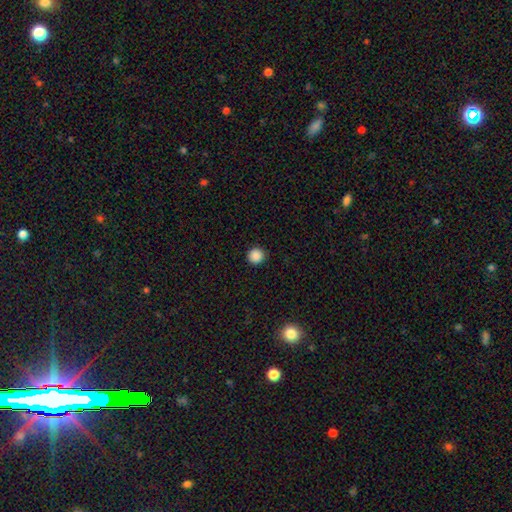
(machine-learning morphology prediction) type=smooth (87%); roundness=round (95%); merging=none (92%).